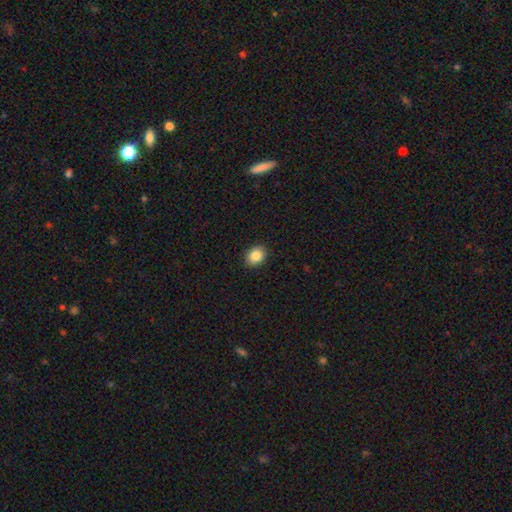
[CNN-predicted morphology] smooth-or-featured: smooth: 86% | star or artifact: 9% | featured or disk: 5%
  how-rounded: in between: 50% | round: 49% | cigar-shaped: 1%
  merging: none: 91% | minor disturbance: 7% | major disturbance: 2% | merger: 1%